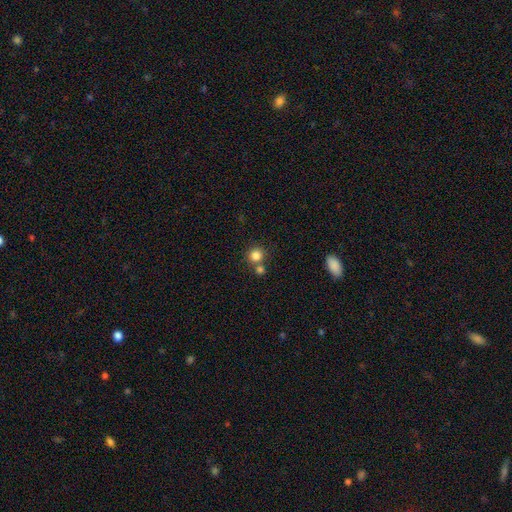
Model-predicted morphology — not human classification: Smooth or featured: smooth — 82% (star or artifact — 12%)
How rounded: round — 92% (in between — 7%)
Merging: none — 63% (merger — 27%)